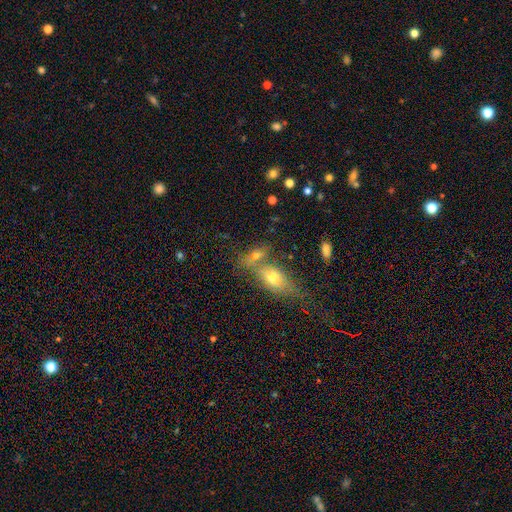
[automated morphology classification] smooth 62%, featured or disk 23%, star or artifact 15%. Down the decision tree: how rounded — in between (72%); merging — none (43%).